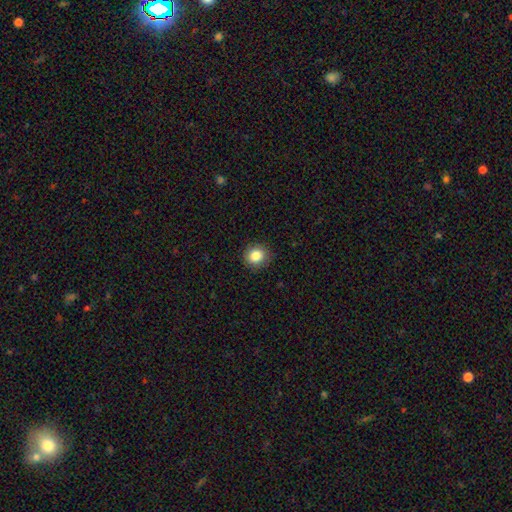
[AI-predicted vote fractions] Smooth or featured? smooth (85%)
How rounded? round (84%)
Merging? none (90%)